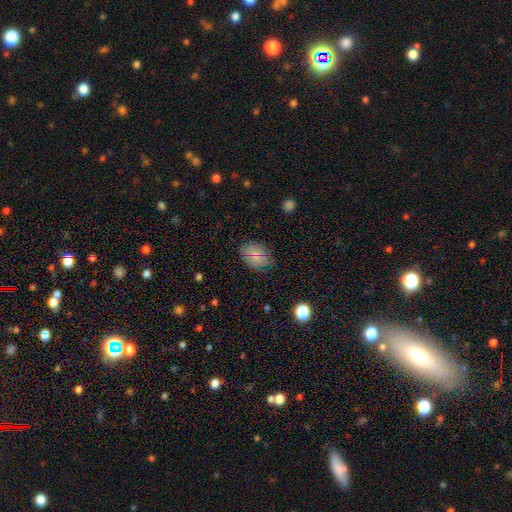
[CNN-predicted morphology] Smooth or featured? Predicted: smooth (p=0.74). How rounded? Predicted: in between (p=0.78). Merging? Predicted: none (p=0.83).